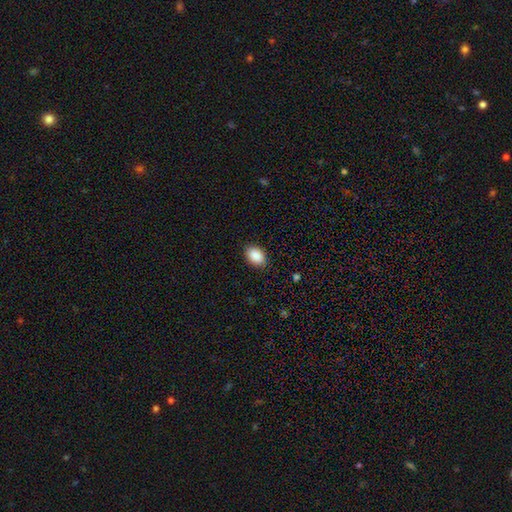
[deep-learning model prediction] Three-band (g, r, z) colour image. It shows a smooth galaxy with no disk features (90%) that is in between round and cigar-shaped (85%). Merging: none (88%).